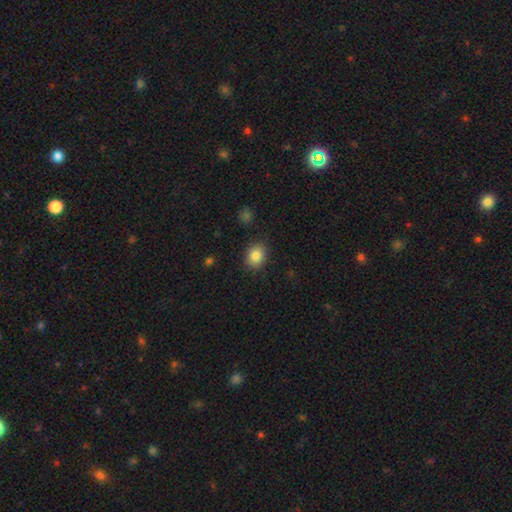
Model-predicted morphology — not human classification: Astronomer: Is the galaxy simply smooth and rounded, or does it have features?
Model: smooth — 85%.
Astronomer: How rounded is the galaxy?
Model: round — 55% (runner-up: in between, 44%).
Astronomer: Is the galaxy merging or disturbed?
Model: none — 85%.